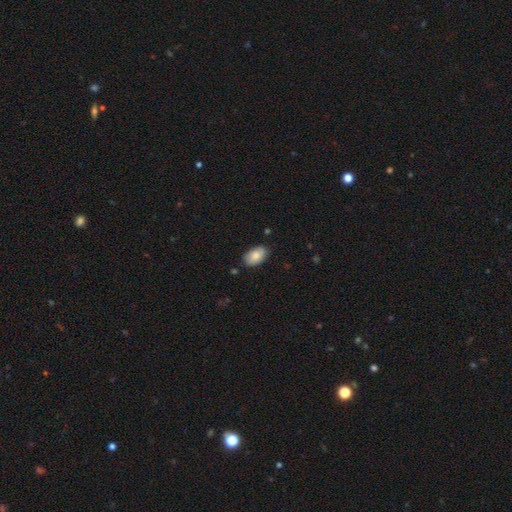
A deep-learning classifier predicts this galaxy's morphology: smooth 82%, featured or disk 11%, star or artifact 7%. Down the decision tree: how rounded — in between (93%); merging — none (84%).